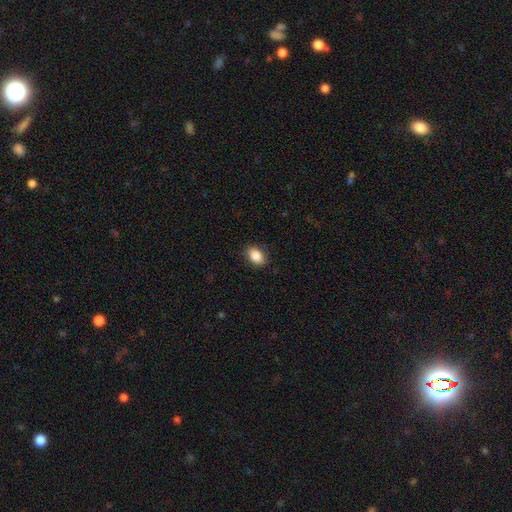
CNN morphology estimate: Smooth or featured?
  - smooth: 87% *
  - star or artifact: 8%
  - featured or disk: 5%
How rounded?
  - in between: 84% *
  - round: 15%
  - cigar-shaped: 1%
Merging?
  - none: 88% *
  - minor disturbance: 9%
  - major disturbance: 2%
  - merger: 1%